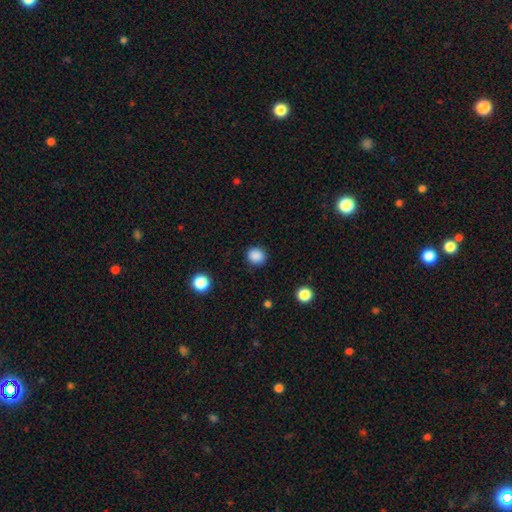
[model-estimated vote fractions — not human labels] Q: Smooth or featured?
A: smooth (87%); runner-up: star or artifact (10%)
Q: How rounded?
A: round (83%); runner-up: in between (16%)
Q: Merging?
A: none (88%); runner-up: minor disturbance (8%)